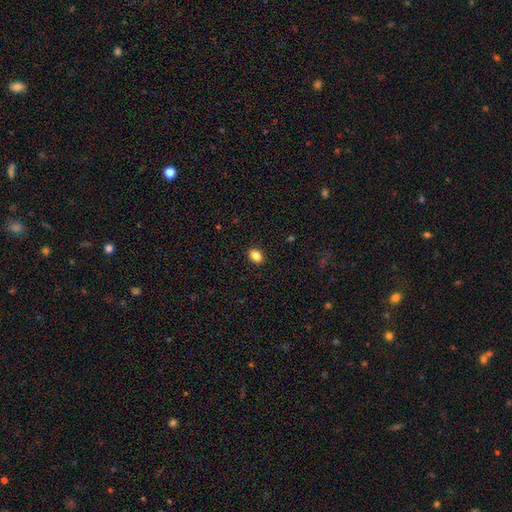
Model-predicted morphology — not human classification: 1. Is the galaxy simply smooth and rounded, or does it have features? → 85% smooth, 9% star or artifact, 5% featured or disk.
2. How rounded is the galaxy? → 78% in between, 21% round, 2% cigar-shaped.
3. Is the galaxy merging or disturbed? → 90% none, 7% minor disturbance, 2% major disturbance, 1% merger.